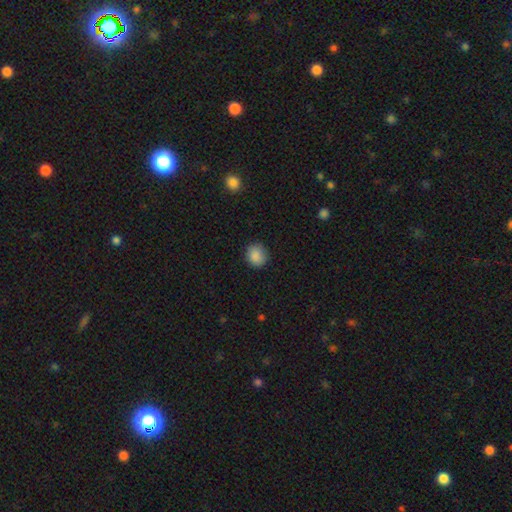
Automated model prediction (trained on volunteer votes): A smooth galaxy with no disk features (87%) that is round (79%). Merging: none (86%).